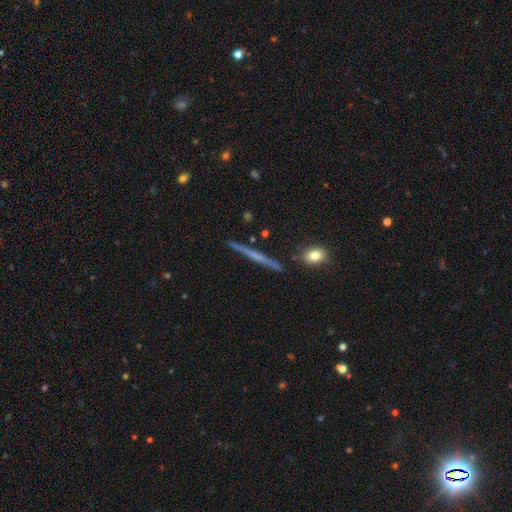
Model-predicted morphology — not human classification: This appears to be a featured or disk galaxy (61%) viewed edge-on (98%) with no central bulge (72%). Merging: none (90%).